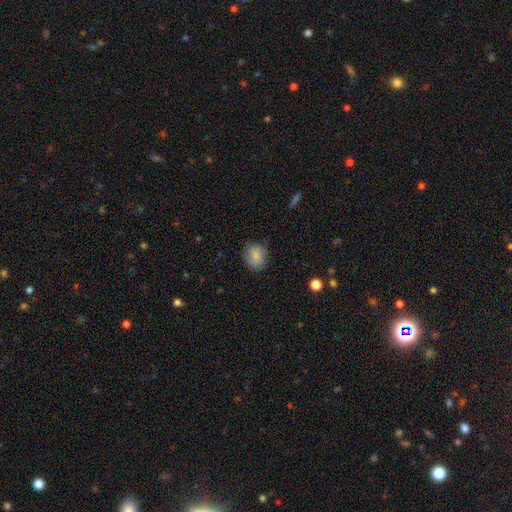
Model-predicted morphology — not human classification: Smooth or featured: smooth — 84% (featured or disk — 8%)
How rounded: round — 61% (in between — 38%)
Merging: none — 79% (minor disturbance — 16%)